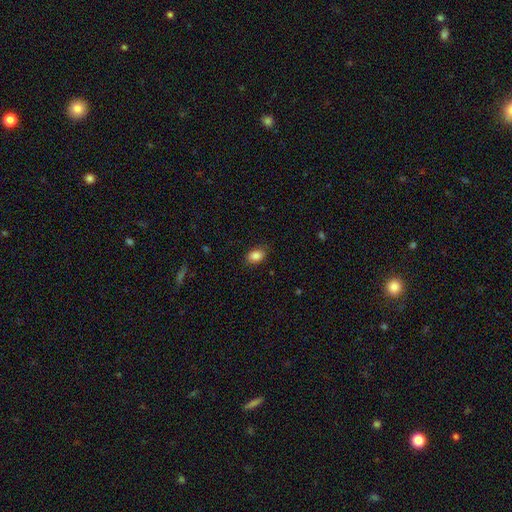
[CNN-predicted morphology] Smooth or featured?
  - smooth: 85% *
  - star or artifact: 8%
  - featured or disk: 6%
How rounded?
  - in between: 80% *
  - round: 19%
  - cigar-shaped: 1%
Merging?
  - none: 84% *
  - minor disturbance: 12%
  - major disturbance: 3%
  - merger: 1%